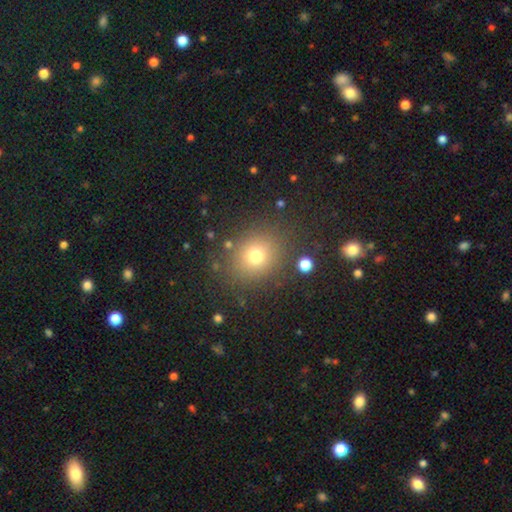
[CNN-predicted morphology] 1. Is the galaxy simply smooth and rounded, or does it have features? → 73% smooth, 17% star or artifact, 10% featured or disk.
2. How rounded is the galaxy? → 76% round, 23% in between, 1% cigar-shaped.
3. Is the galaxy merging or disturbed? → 84% none, 9% minor disturbance, 4% major disturbance, 3% merger.